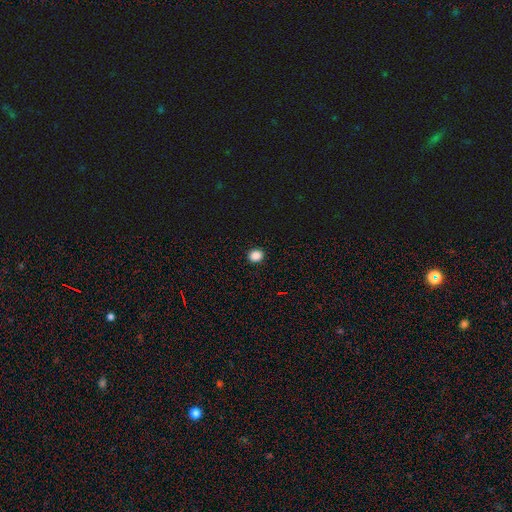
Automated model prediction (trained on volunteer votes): Smooth or featured: smooth — 87% (star or artifact — 11%)
How rounded: round — 74% (in between — 25%)
Merging: none — 92% (minor disturbance — 6%)